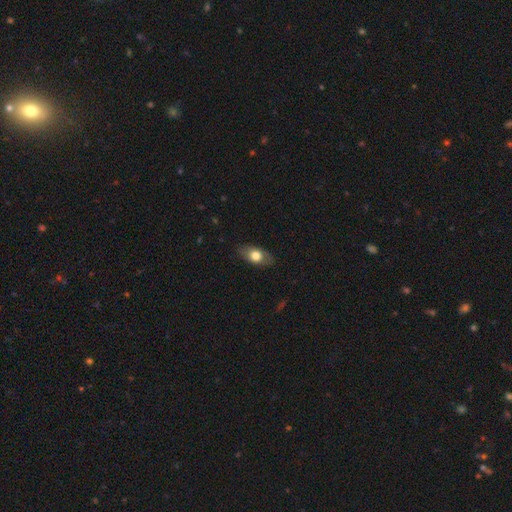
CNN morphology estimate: Smooth or featured?
  - smooth: 69% *
  - featured or disk: 24%
  - star or artifact: 6%
How rounded?
  - in between: 86% *
  - round: 8%
  - cigar-shaped: 5%
Merging?
  - none: 82% *
  - minor disturbance: 14%
  - major disturbance: 3%
  - merger: 1%